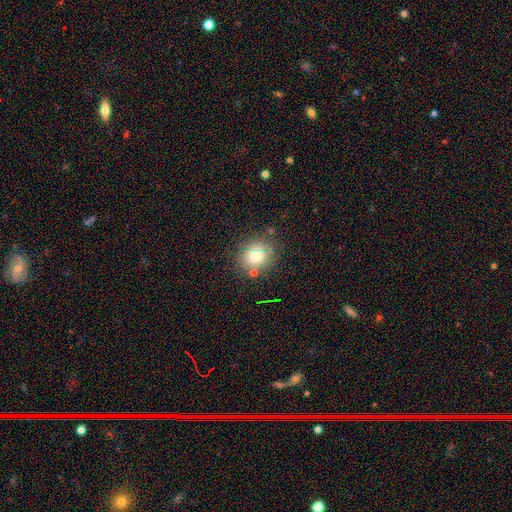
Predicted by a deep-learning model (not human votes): Q: Smooth or featured?
A: smooth (74%); runner-up: star or artifact (14%)
Q: How rounded?
A: round (77%); runner-up: in between (22%)
Q: Merging?
A: none (78%); runner-up: minor disturbance (12%)